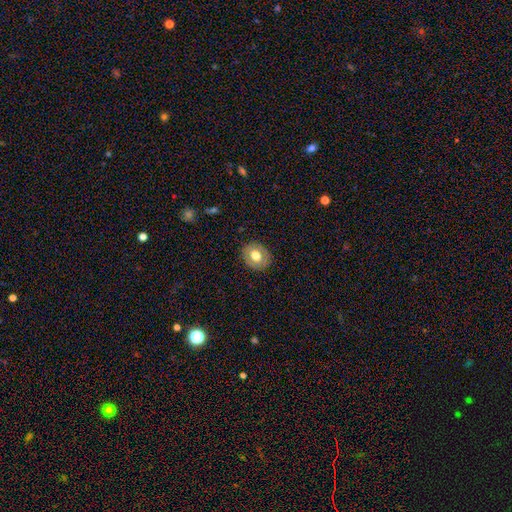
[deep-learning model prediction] Smooth or featured?
  - smooth: 70% *
  - featured or disk: 22%
  - star or artifact: 8%
How rounded?
  - round: 65% *
  - in between: 34%
  - cigar-shaped: 1%
Merging?
  - none: 87% *
  - minor disturbance: 9%
  - major disturbance: 3%
  - merger: 1%